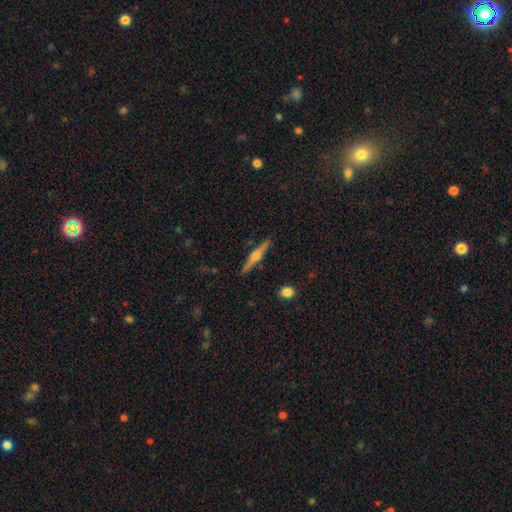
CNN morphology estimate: This appears to be a featured or disk galaxy (71%) viewed edge-on (98%) with a rounded central bulge (88%). Merging: none (90%).